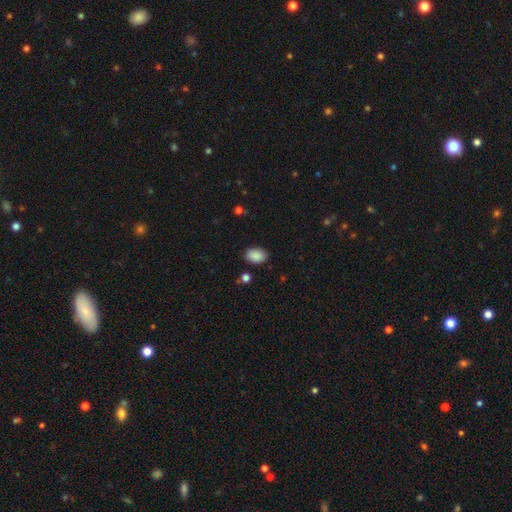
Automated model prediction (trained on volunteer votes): smooth-or-featured: smooth: 89% | star or artifact: 8% | featured or disk: 4%
  how-rounded: in between: 85% | round: 14% | cigar-shaped: 1%
  merging: none: 86% | minor disturbance: 10% | major disturbance: 3% | merger: 2%